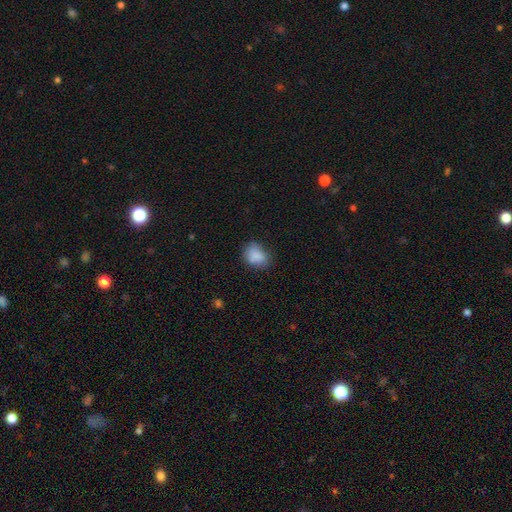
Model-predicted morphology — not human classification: This is clearly a smooth galaxy (83%). How rounded: likely in between (67%). Merging: likely none (66%).